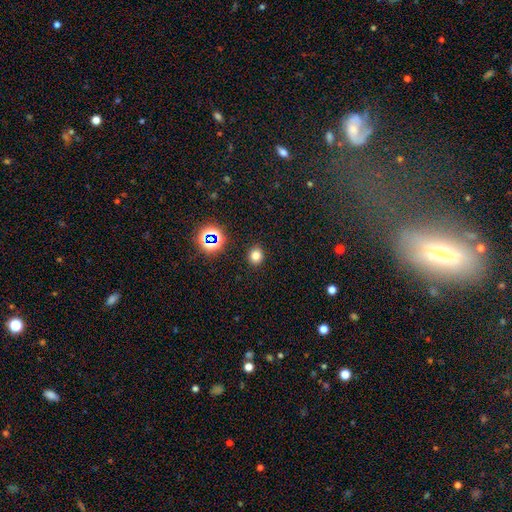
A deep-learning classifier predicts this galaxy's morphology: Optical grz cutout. It shows a smooth galaxy with no disk features (75%) that is round (74%). Merging: none (90%).